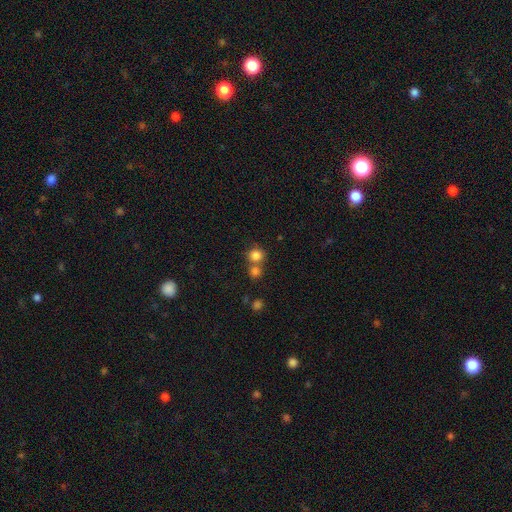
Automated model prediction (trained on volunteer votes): This is clearly a smooth galaxy (82%). How rounded: clearly round (88%). Merging: possibly none (56%).